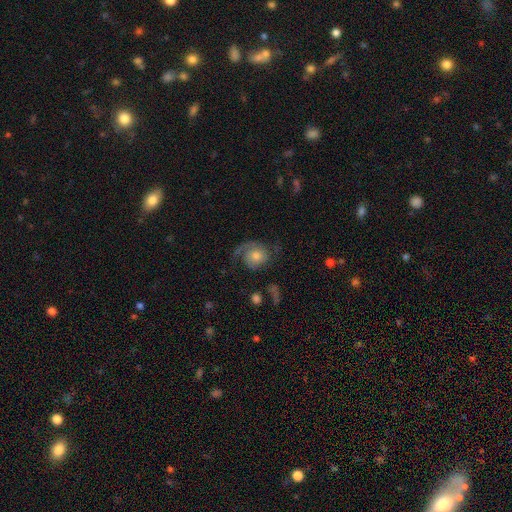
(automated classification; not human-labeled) This appears to be a featured or disk galaxy (71%) with no bar (77%), 2 (47%) medium (40%) spiral arms (93%) and a moderate central bulge (56%). Merging: none (59%).